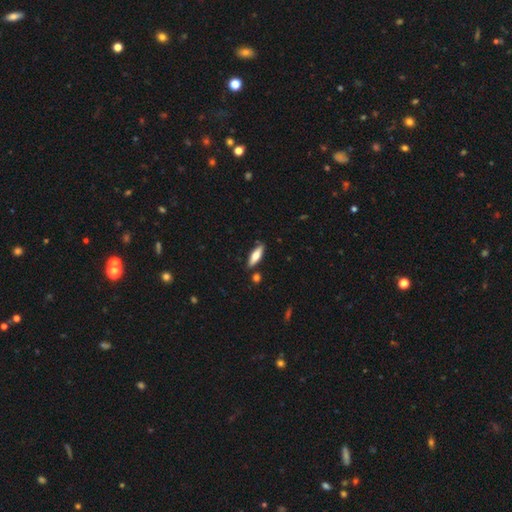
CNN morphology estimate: smooth 66%, featured or disk 28%, star or artifact 6%. Down the decision tree: how rounded — cigar-shaped (53%); merging — none (84%).